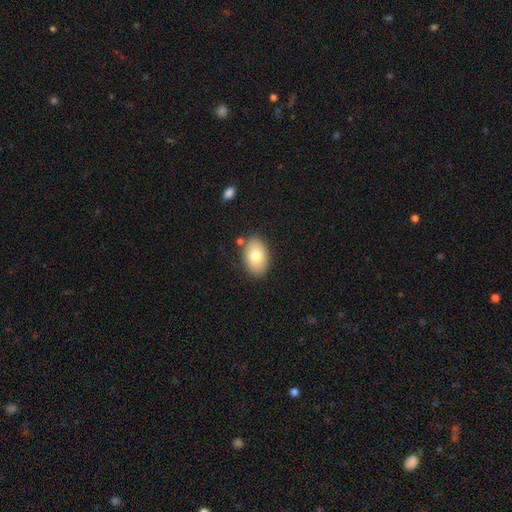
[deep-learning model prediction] A smooth galaxy with no disk features (77%) that is in between round and cigar-shaped (87%).

Vote fractions:
- Smooth or featured? smooth: 77% / featured or disk: 16% / star or artifact: 7%
- How rounded? in between: 87% / round: 12% / cigar-shaped: 1%
- Merging? none: 83% / minor disturbance: 11% / merger: 4% / major disturbance: 3%